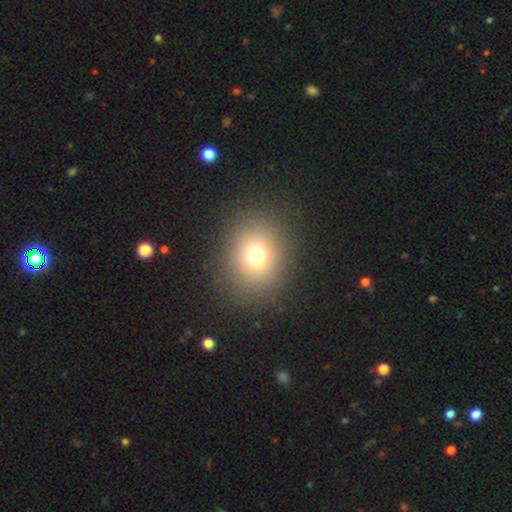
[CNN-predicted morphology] A smooth galaxy with no disk features (72%) that is round (69%). Merging: none (87%).